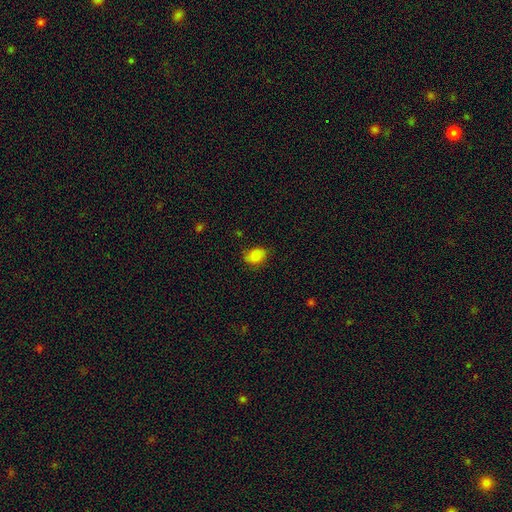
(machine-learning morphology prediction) Smooth or featured? Predicted: smooth (p=0.84). How rounded? Predicted: in between (p=0.68). Merging? Predicted: none (p=0.68).